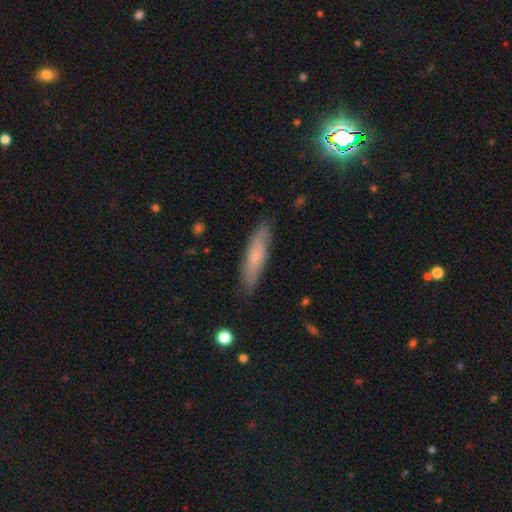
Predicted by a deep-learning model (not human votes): smooth 59%, featured or disk 35%, star or artifact 6%. Down the decision tree: how rounded — cigar-shaped (78%); merging — none (83%).